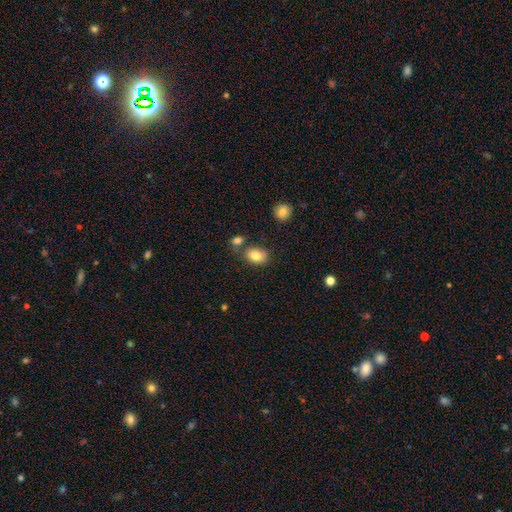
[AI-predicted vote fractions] This is clearly a smooth galaxy (83%). How rounded: likely in between (76%). Merging: likely none (71%).